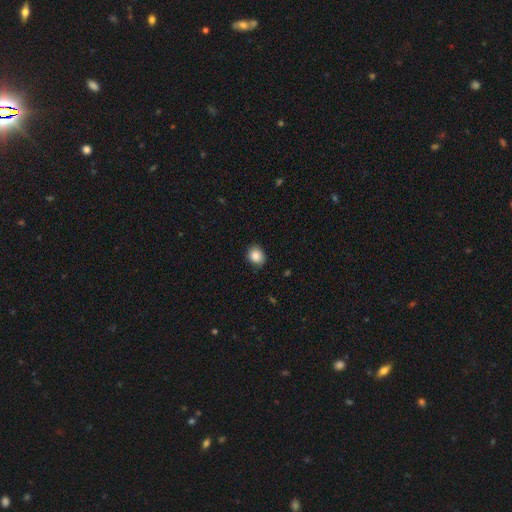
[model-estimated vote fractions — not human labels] smooth 86%, star or artifact 9%, featured or disk 5%. Down the decision tree: how rounded — round (64%); merging — none (84%).